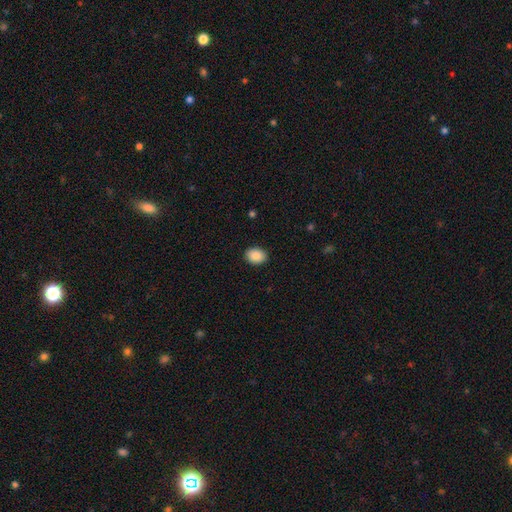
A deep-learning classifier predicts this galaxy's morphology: This appears to be a smooth galaxy with no disk features (88%) that is in between round and cigar-shaped (63%). Merging: none (90%).